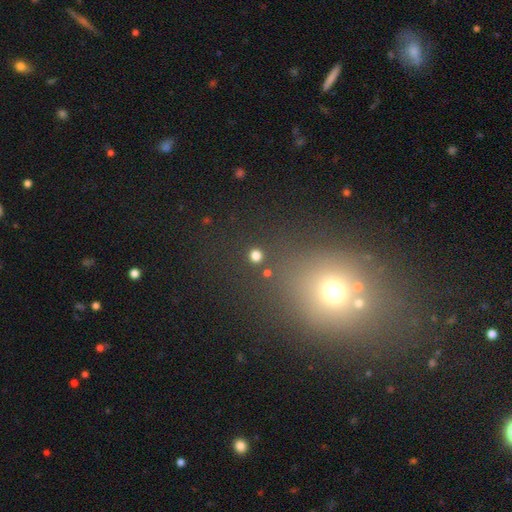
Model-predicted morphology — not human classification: A smooth galaxy with no disk features (78%) that is round (92%). Merging: none (89%).